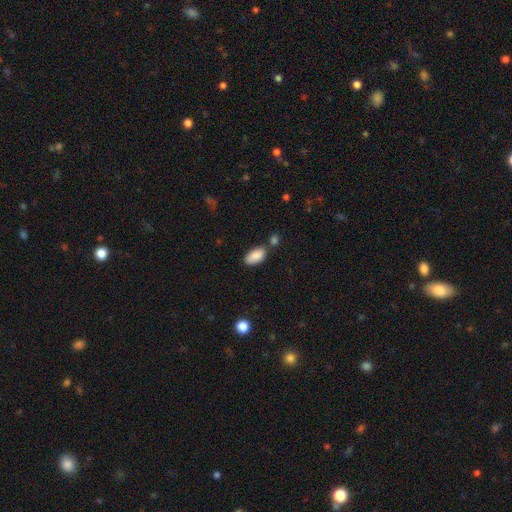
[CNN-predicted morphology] Smooth or featured?
  - smooth: 88% *
  - star or artifact: 7%
  - featured or disk: 5%
How rounded?
  - in between: 94% *
  - cigar-shaped: 3%
  - round: 3%
Merging?
  - none: 65% *
  - minor disturbance: 16%
  - merger: 15%
  - major disturbance: 4%